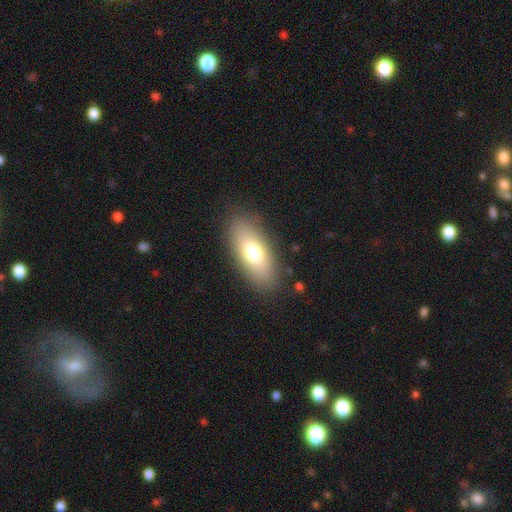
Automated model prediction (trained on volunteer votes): This appears to be a smooth galaxy with no disk features (72%) that is in between round and cigar-shaped (83%). Merging: none (86%).